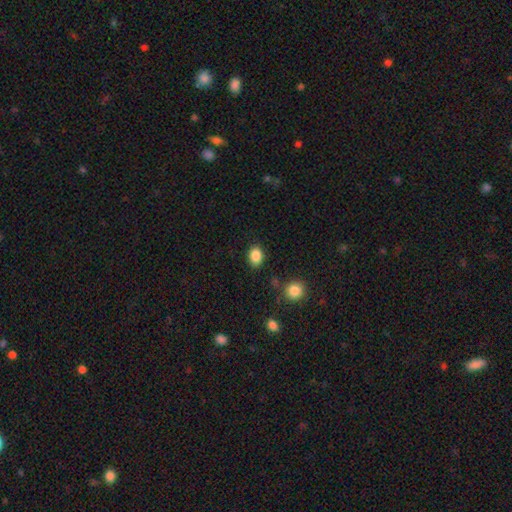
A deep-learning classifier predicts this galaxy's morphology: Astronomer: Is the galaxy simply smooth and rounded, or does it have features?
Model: smooth — 87%.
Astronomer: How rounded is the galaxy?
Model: in between — 72%.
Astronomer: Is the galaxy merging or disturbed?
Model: none — 84%.